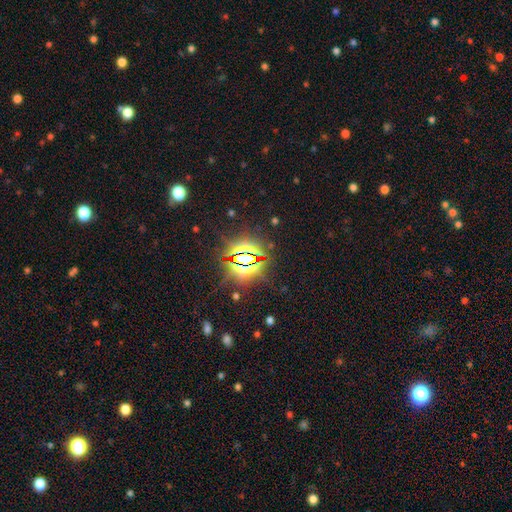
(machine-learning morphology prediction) star or artifact 83%, smooth 9%, featured or disk 8%.